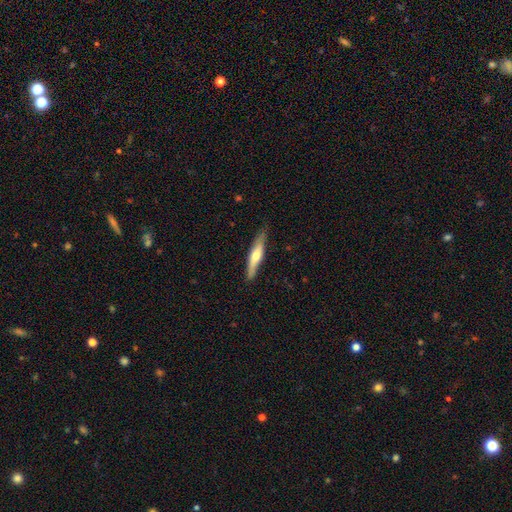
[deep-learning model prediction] This appears to be a featured or disk galaxy (48%). Merging: none (83%).